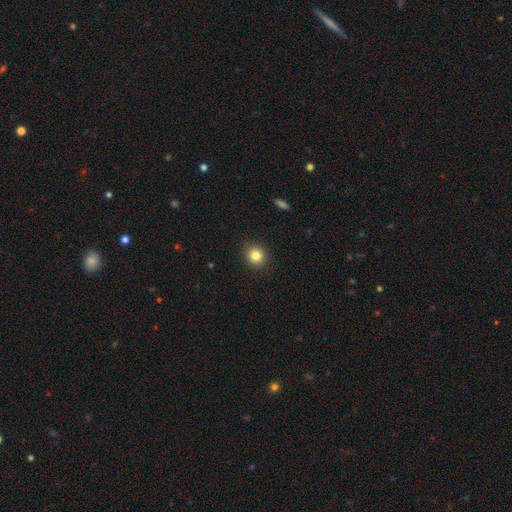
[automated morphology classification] This appears to be a smooth galaxy with no disk features (83%) that is round (88%). Merging: none (92%).